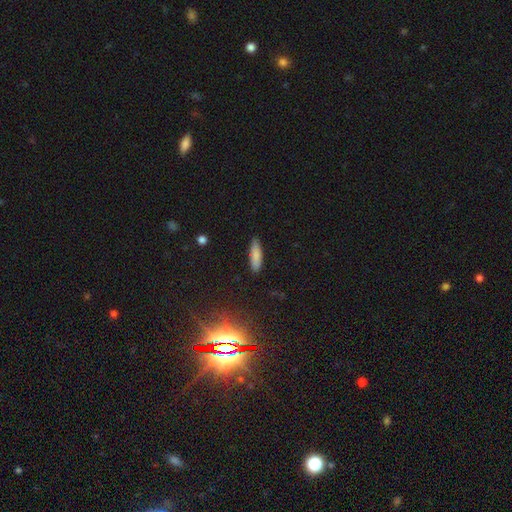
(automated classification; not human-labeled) Overall: smooth (83%). How rounded: cigar-shaped (64%; in between 35%). Merging: none (86%).